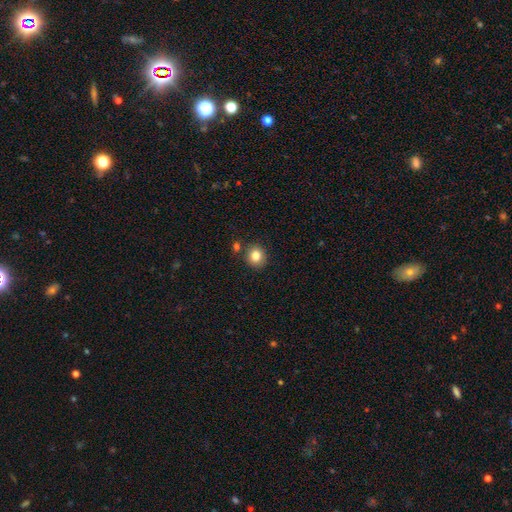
Smooth or featured? 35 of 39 (90%) said smooth. How rounded? 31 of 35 (89%) said round. Merging? 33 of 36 (92%) said none.